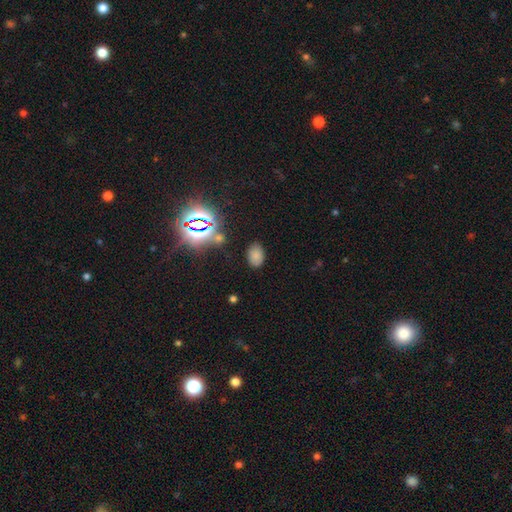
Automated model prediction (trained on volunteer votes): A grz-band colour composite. It shows a smooth galaxy with no disk features (72%) that is in between round and cigar-shaped (87%). Merging: none (82%).